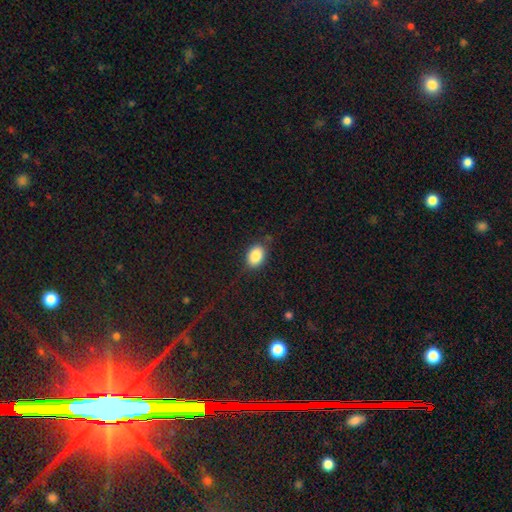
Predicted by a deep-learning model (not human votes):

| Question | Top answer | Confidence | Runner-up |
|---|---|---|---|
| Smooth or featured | smooth | 86% | star or artifact (8%) |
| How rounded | in between | 80% | round (19%) |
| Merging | none | 80% | minor disturbance (14%) |